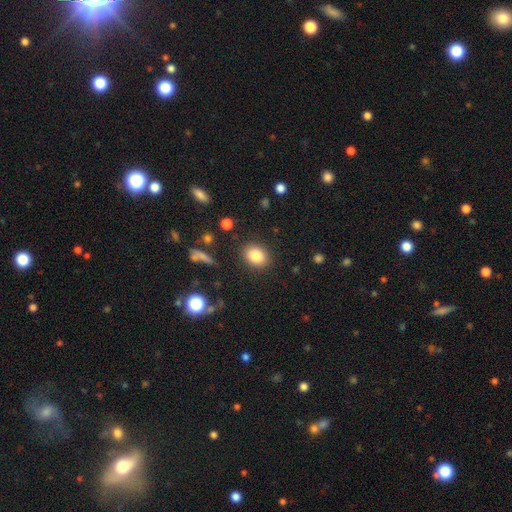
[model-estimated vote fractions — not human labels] smooth-or-featured: smooth: 84% | star or artifact: 9% | featured or disk: 7%
  how-rounded: in between: 58% | round: 41% | cigar-shaped: 1%
  merging: none: 87% | minor disturbance: 8% | major disturbance: 3% | merger: 2%